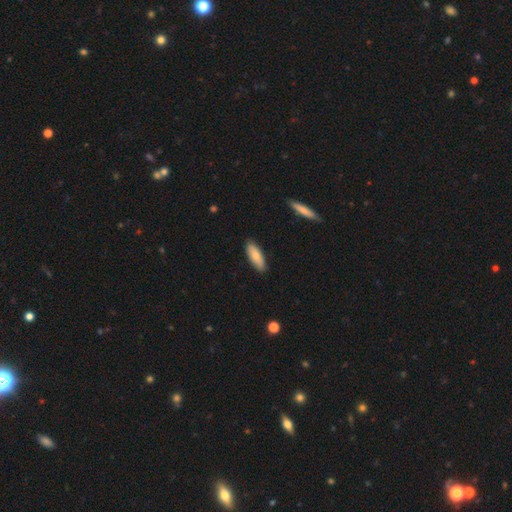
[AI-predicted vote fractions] Smooth or featured?
  - smooth: 76% *
  - featured or disk: 18%
  - star or artifact: 6%
How rounded?
  - in between: 68% *
  - cigar-shaped: 30%
  - round: 2%
Merging?
  - none: 87% *
  - minor disturbance: 10%
  - major disturbance: 2%
  - merger: 1%